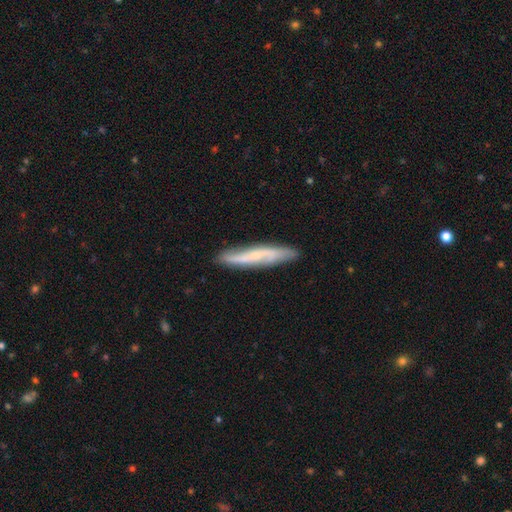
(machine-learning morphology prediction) This appears to be a featured or disk galaxy (56%) viewed edge-on (59%). Merging: none (86%).